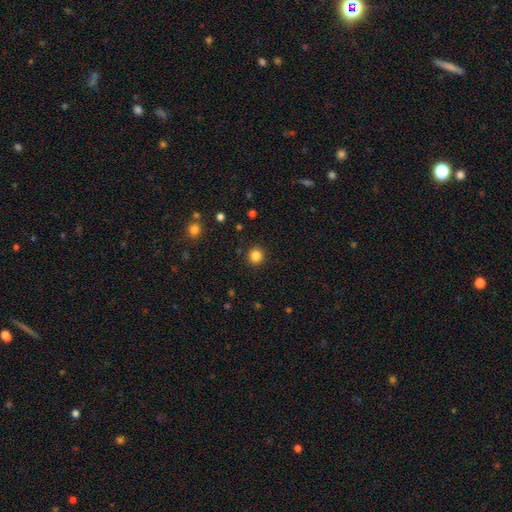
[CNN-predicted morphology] Smooth or featured?
  - smooth: 84% *
  - star or artifact: 12%
  - featured or disk: 4%
How rounded?
  - round: 92% *
  - in between: 7%
  - cigar-shaped: 1%
Merging?
  - none: 91% *
  - minor disturbance: 5%
  - major disturbance: 2%
  - merger: 1%